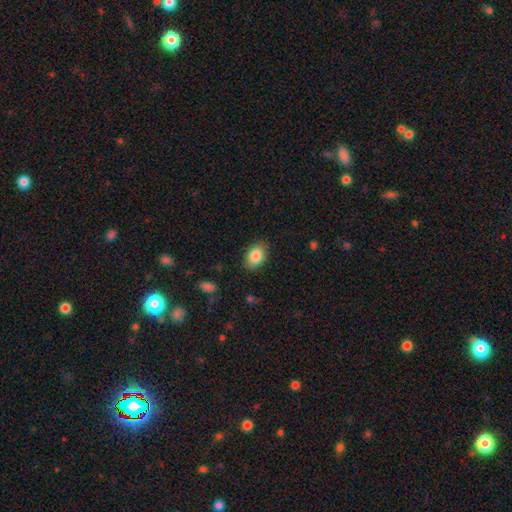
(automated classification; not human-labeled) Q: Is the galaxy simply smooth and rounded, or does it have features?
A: smooth — 86%.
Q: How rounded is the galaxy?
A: in between — 81%.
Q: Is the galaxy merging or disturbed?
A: none — 84%.